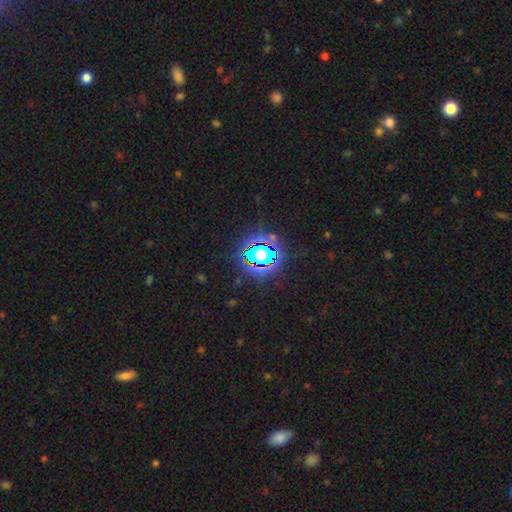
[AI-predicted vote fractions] Q: Smooth or featured?
A: star or artifact (80%); runner-up: smooth (12%)